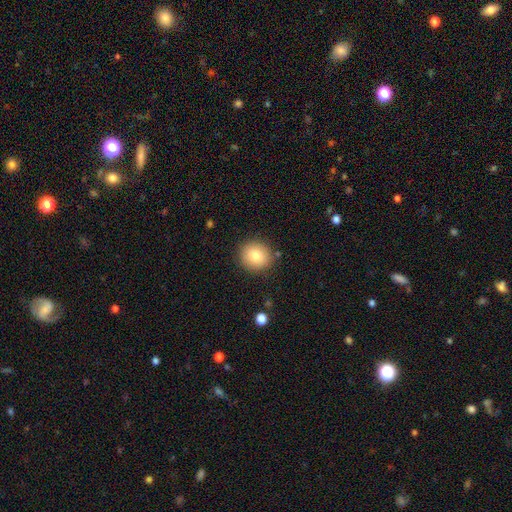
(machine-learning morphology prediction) smooth_or_featured: smooth (p=0.80) [alt: featured or disk p=0.10]
how_rounded: round (p=0.86) [alt: in between p=0.13]
merging: none (p=0.88) [alt: minor disturbance p=0.08]